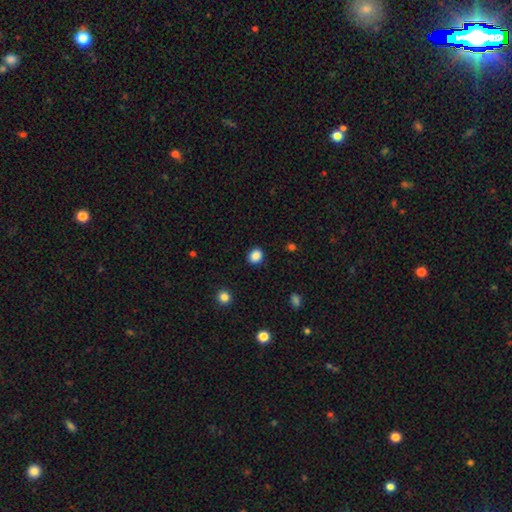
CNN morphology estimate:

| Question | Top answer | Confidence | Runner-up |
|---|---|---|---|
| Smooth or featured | smooth | 87% | star or artifact (10%) |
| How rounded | round | 67% | in between (32%) |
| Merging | none | 90% | minor disturbance (7%) |